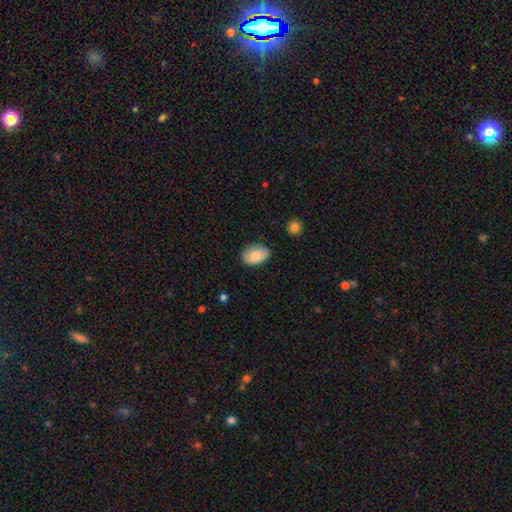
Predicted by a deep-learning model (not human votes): smooth 83%, featured or disk 11%, star or artifact 7%. Down the decision tree: how rounded — in between (82%); merging — none (75%).